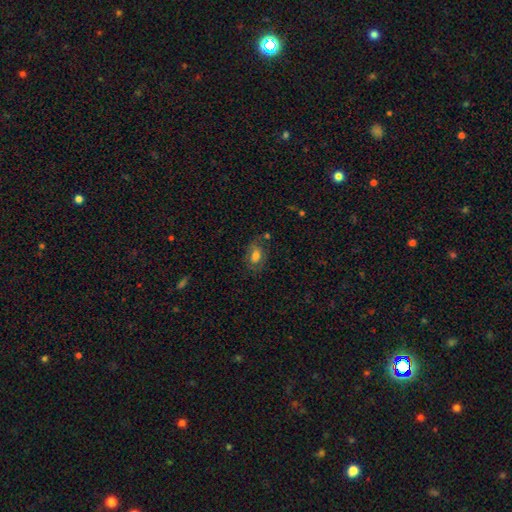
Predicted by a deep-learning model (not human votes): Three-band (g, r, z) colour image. It shows a smooth galaxy with no disk features (67%) that is in between round and cigar-shaped (83%). Merging: none (67%).